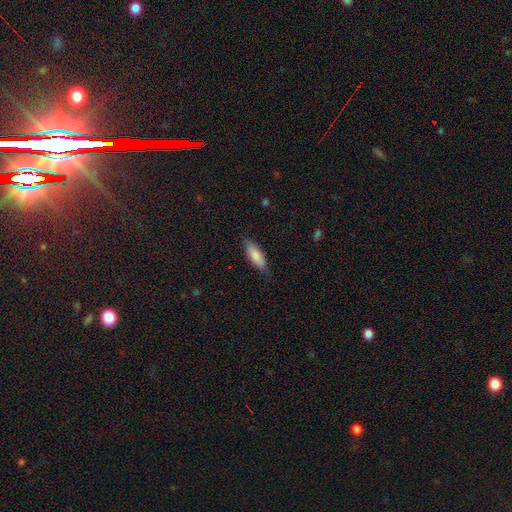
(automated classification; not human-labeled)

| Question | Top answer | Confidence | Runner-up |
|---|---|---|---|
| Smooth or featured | smooth | 83% | featured or disk (11%) |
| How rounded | in between | 62% | cigar-shaped (36%) |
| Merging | none | 78% | minor disturbance (18%) |